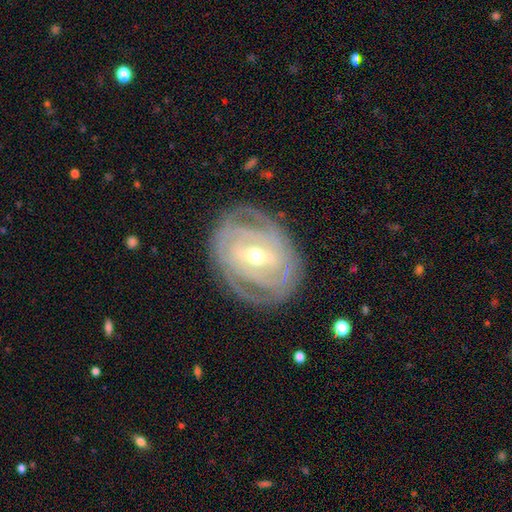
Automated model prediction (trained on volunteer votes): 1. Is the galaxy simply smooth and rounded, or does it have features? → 88% featured or disk, 7% smooth, 5% star or artifact.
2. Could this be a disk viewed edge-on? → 96% no, 4% yes.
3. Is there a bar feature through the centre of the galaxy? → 43% weak, 40% strong, 18% no.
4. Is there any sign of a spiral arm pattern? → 93% yes, 7% no.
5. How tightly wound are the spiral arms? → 79% tight, 17% medium, 4% loose.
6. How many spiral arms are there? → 31% can't tell, 25% 2, 20% 3, 12% 4, 6% more than 4, 6% 1.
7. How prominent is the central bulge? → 57% moderate, 40% small, 2% large, 1% none, 1% dominant.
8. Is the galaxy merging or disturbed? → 80% none, 14% minor disturbance, 5% major disturbance, 1% merger.